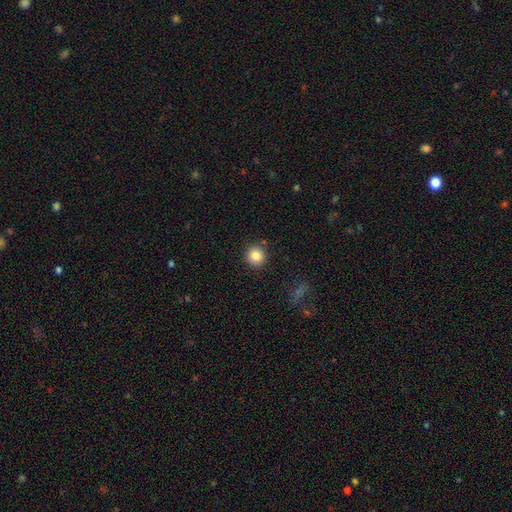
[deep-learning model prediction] Smooth or featured? Predicted: smooth (p=0.84). How rounded? Predicted: round (p=0.93). Merging? Predicted: none (p=0.89).